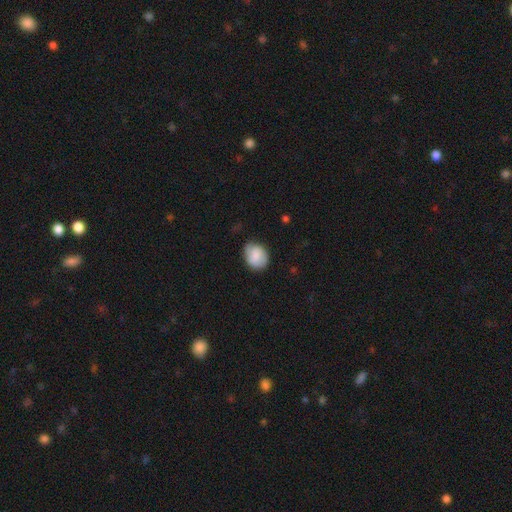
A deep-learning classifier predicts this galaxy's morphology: smooth 76%, featured or disk 17%, star or artifact 7%. Down the decision tree: how rounded — round (51%); merging — none (74%).